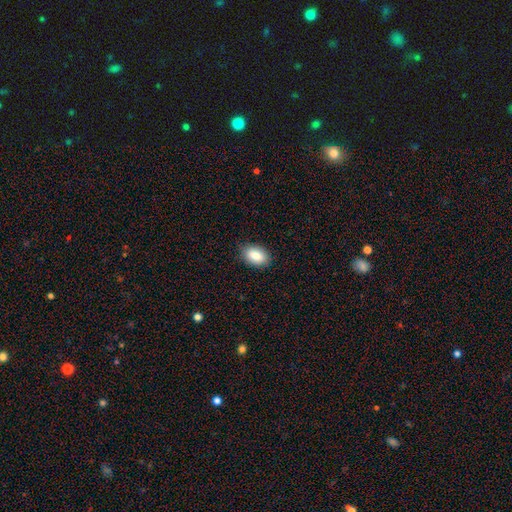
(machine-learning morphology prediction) A smooth galaxy with no disk features (85%) that is in between round and cigar-shaped (89%).

Vote fractions:
- Smooth or featured? smooth: 85% / featured or disk: 8% / star or artifact: 7%
- How rounded? in between: 89% / round: 10% / cigar-shaped: 1%
- Merging? none: 86% / minor disturbance: 11% / major disturbance: 2% / merger: 1%